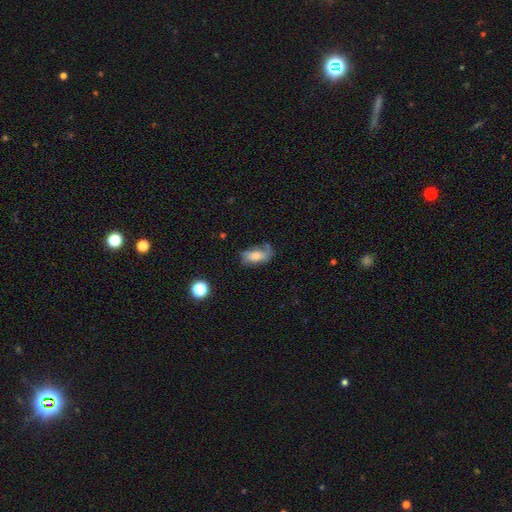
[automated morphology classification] A smooth galaxy with no disk features (52%) that is in between round and cigar-shaped (84%).

Vote fractions:
- Smooth or featured? smooth: 52% / featured or disk: 38% / star or artifact: 10%
- How rounded? in between: 84% / cigar-shaped: 10% / round: 7%
- Merging? none: 53% / minor disturbance: 29% / major disturbance: 15% / merger: 3%